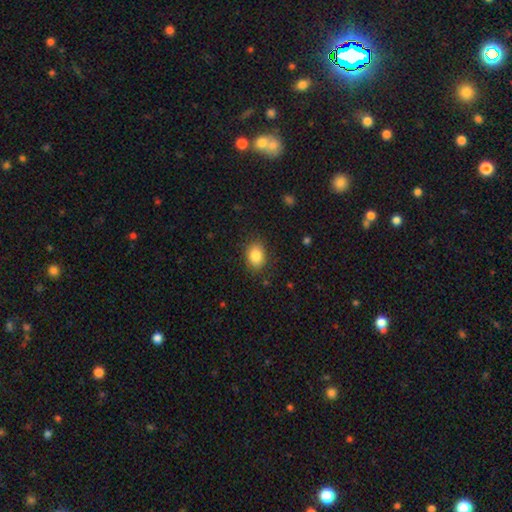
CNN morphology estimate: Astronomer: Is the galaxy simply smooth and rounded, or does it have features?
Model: smooth — 85%.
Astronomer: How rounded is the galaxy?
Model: in between — 73%.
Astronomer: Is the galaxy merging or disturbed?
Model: none — 84%.